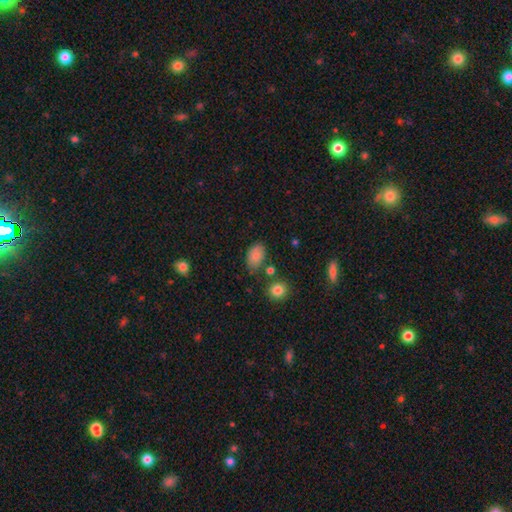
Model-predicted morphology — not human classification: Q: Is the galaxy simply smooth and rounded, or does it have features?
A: smooth — 84%.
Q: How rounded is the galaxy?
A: in between — 88%.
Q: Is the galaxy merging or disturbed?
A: none — 75%.